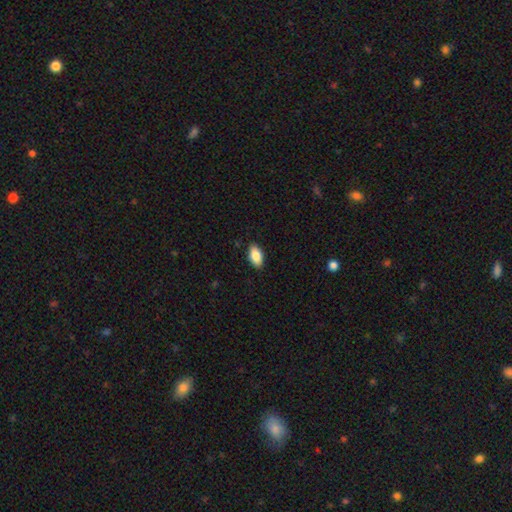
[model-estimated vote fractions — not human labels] A smooth galaxy with no disk features (86%) that is in between round and cigar-shaped (93%).

Vote fractions:
- Smooth or featured? smooth: 86% / featured or disk: 7% / star or artifact: 7%
- How rounded? in between: 93% / round: 3% / cigar-shaped: 3%
- Merging? none: 89% / minor disturbance: 8% / major disturbance: 2% / merger: 1%